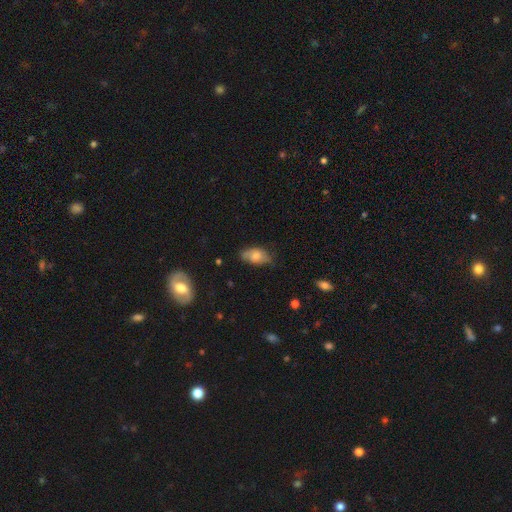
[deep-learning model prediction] This appears to be a smooth galaxy with no disk features (67%) that is in between round and cigar-shaped (91%). Merging: none (59%).